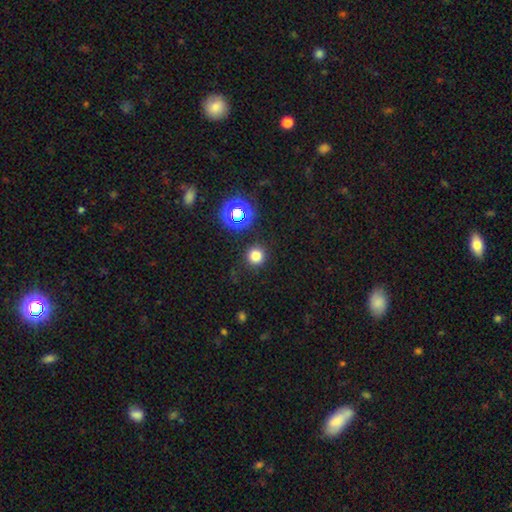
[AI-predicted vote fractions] smooth 75%, star or artifact 20%, featured or disk 6%. Down the decision tree: how rounded — round (94%); merging — none (90%).